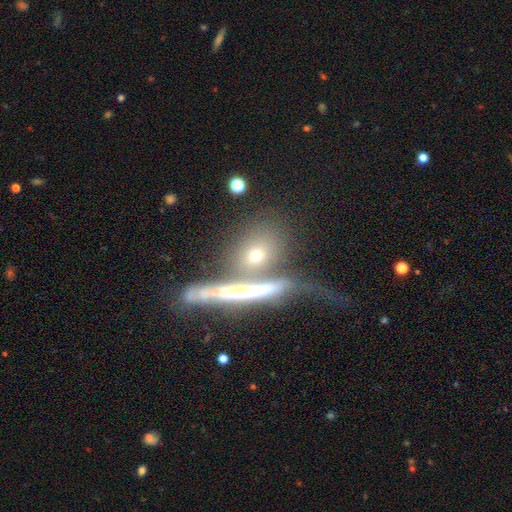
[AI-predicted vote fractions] The model was most divided on "how rounded": round: 35%, in between: 33%, cigar-shaped: 32%. Remaining: smooth or featured — smooth (51%); merging — none (43%).